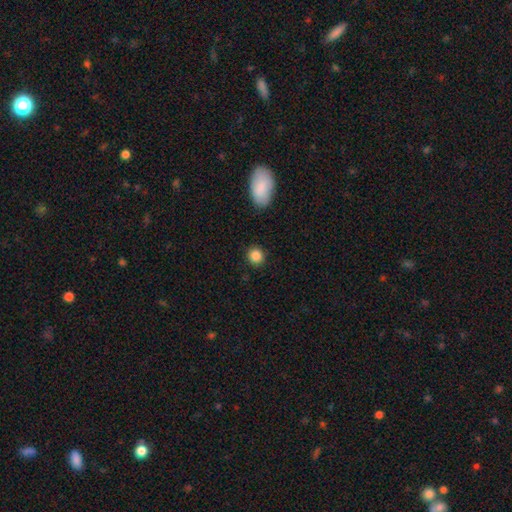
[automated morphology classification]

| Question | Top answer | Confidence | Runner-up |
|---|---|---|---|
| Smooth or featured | smooth | 87% | star or artifact (10%) |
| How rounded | round | 88% | in between (11%) |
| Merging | none | 90% | minor disturbance (7%) |